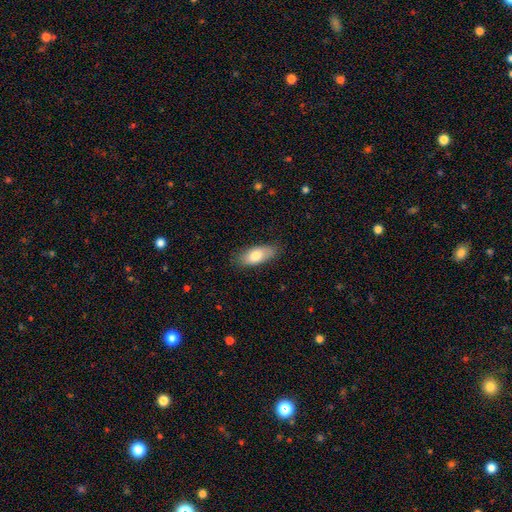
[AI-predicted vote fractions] Morphology: type=smooth (78%); roundness=in between (83%); merging=none (81%).